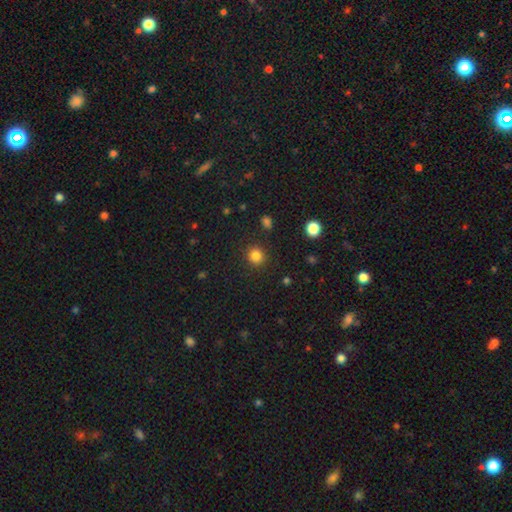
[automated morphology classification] smooth-or-featured: smooth: 83% | star or artifact: 13% | featured or disk: 4%
  how-rounded: round: 89% | in between: 10% | cigar-shaped: 1%
  merging: none: 89% | minor disturbance: 7% | major disturbance: 3% | merger: 1%